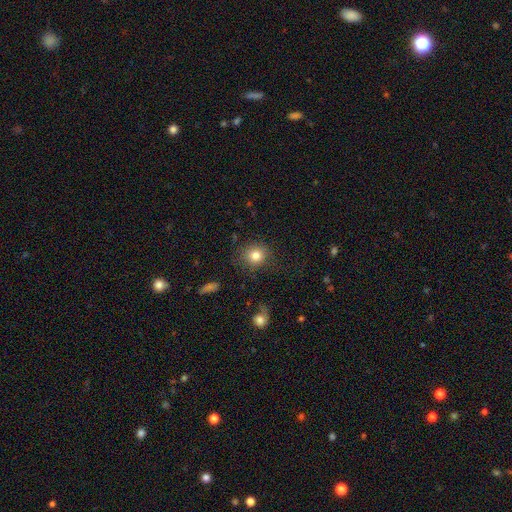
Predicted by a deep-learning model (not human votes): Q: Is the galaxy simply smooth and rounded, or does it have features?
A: smooth — 82%.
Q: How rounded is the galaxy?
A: round — 87%.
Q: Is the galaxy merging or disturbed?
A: none — 82%.